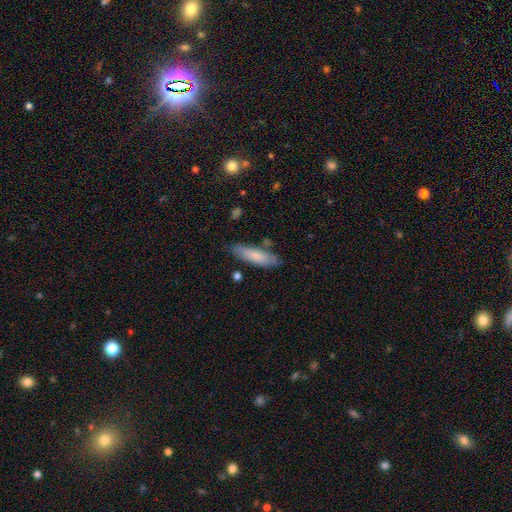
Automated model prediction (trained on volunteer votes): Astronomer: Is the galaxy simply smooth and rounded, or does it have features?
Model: smooth — 76%.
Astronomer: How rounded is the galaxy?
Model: cigar-shaped — 55% (runner-up: in between, 43%).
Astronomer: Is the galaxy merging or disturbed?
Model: none — 74%.